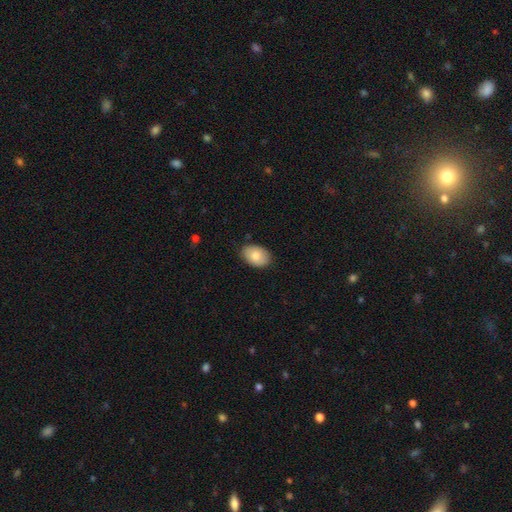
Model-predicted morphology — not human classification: type=smooth (83%); roundness=in between (86%); merging=none (85%).